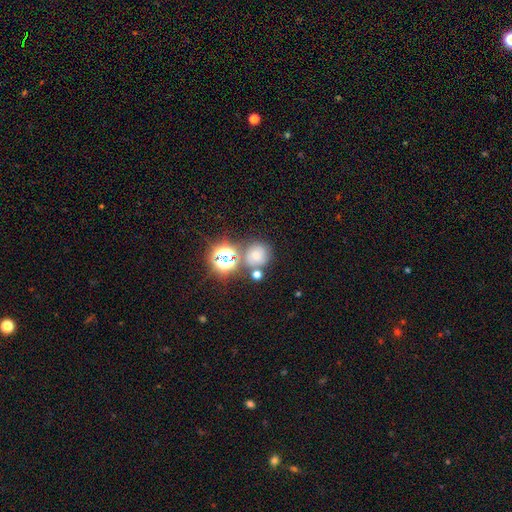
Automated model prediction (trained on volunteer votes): smooth-or-featured: smooth: 57% | star or artifact: 29% | featured or disk: 14%
  how-rounded: round: 83% | in between: 16% | cigar-shaped: 1%
  merging: none: 60% | merger: 22% | minor disturbance: 12% | major disturbance: 6%